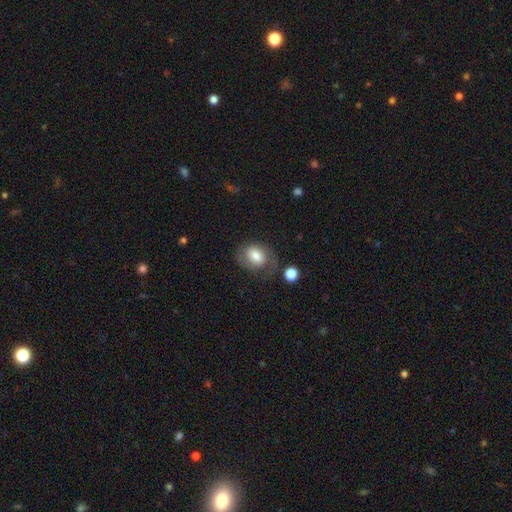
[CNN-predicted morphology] The model was most divided on "how rounded": in between: 61%, round: 38%, cigar-shaped: 1%. More confident: smooth or featured — smooth (60%); merging — none (50%).